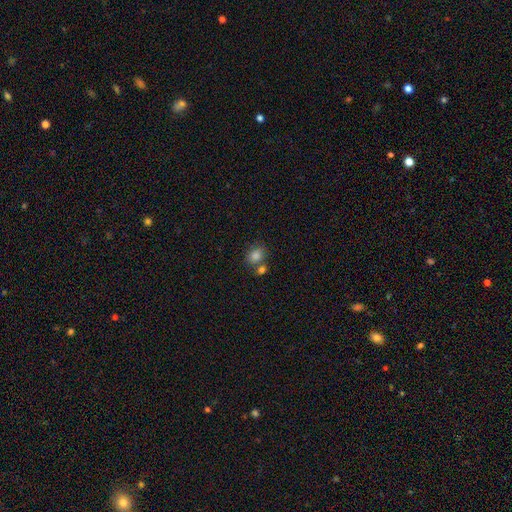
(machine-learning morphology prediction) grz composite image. It shows a smooth galaxy with no disk features (82%) that is round (50%). Merging: none (62%).